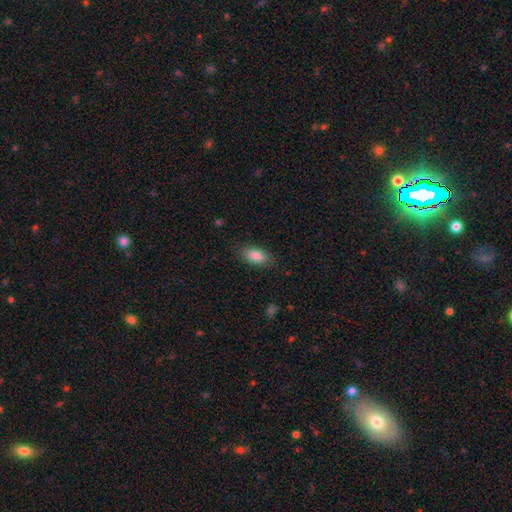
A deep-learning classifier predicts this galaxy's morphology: smooth-or-featured: smooth: 85% | featured or disk: 8% | star or artifact: 7%
  how-rounded: in between: 88% | cigar-shaped: 8% | round: 4%
  merging: none: 85% | minor disturbance: 11% | major disturbance: 3% | merger: 1%